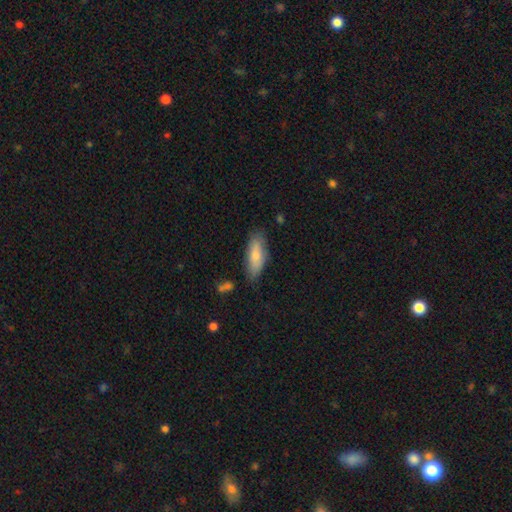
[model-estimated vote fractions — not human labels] smooth 75%, featured or disk 19%, star or artifact 6%. Down the decision tree: how rounded — in between (66%); merging — none (73%).